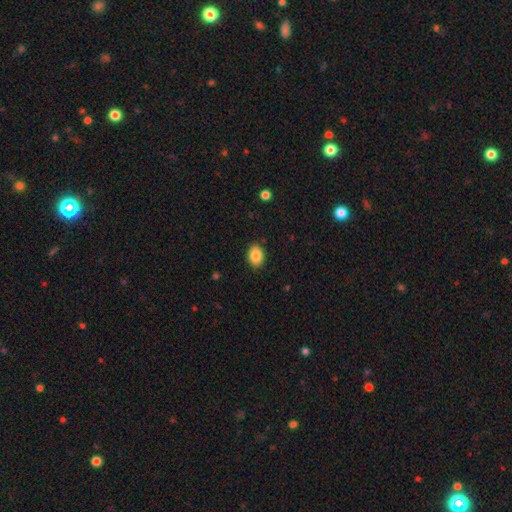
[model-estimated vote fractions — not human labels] Smooth or featured? smooth (87%)
How rounded? in between (73%)
Merging? none (88%)